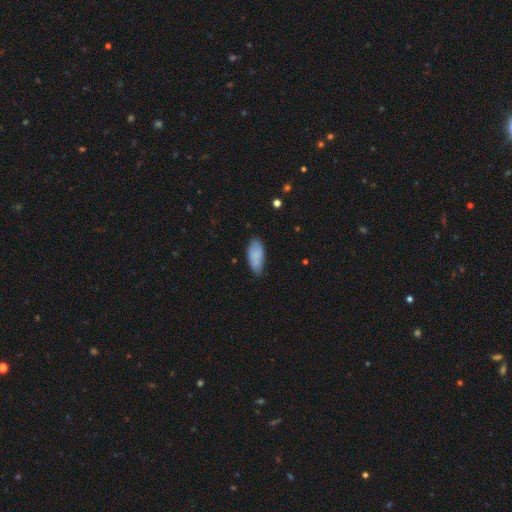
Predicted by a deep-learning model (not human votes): Smooth or featured? Predicted: smooth (p=0.82). How rounded? Predicted: in between (p=0.88). Merging? Predicted: none (p=0.75).